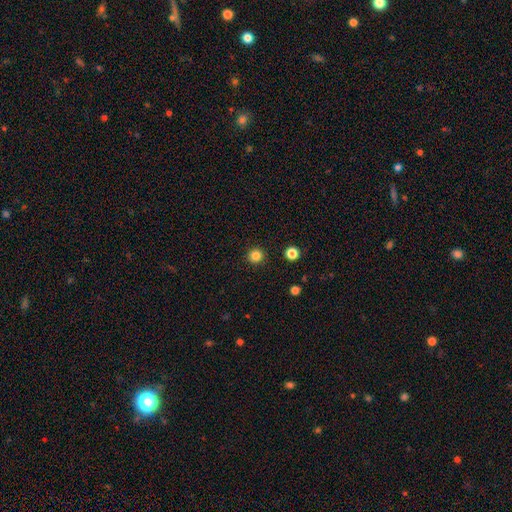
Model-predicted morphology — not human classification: smooth 84%, star or artifact 13%, featured or disk 4%. Down the decision tree: how rounded — round (95%); merging — none (93%).